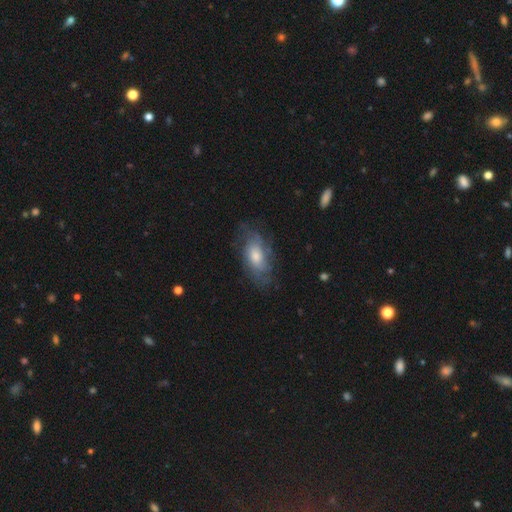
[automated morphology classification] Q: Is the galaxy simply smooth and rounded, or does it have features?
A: featured or disk — 63%.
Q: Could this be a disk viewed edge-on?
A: no — 91%.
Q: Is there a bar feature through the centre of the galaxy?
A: no — 73%.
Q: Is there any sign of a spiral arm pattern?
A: yes — 84%.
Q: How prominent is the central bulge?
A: moderate — 55%.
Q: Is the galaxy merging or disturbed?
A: none — 71%.